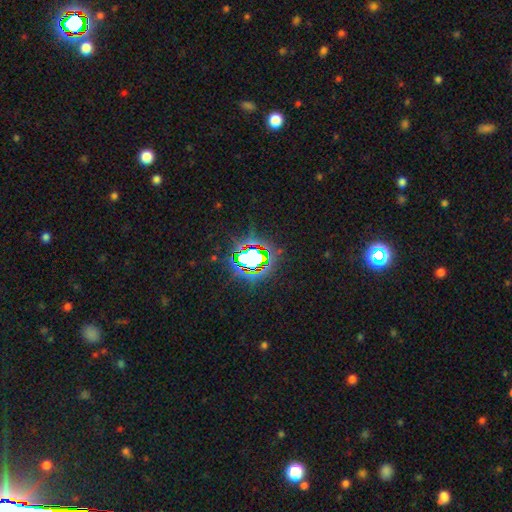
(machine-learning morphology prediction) Overall: star or artifact (68%).